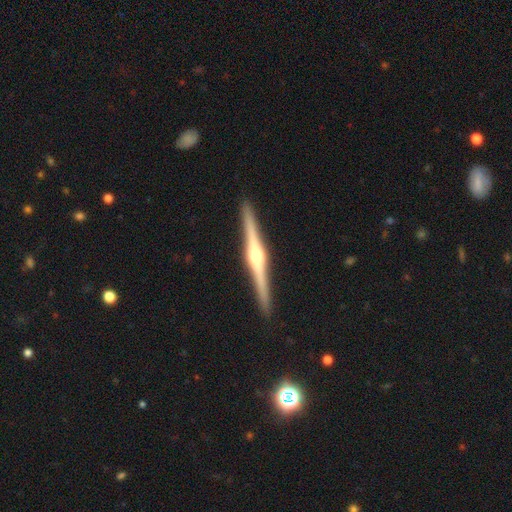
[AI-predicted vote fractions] Q: Smooth or featured?
A: featured or disk (85%); runner-up: smooth (10%)
Q: Edge-on disk?
A: yes (99%); runner-up: no (1%)
Q: Edge-on bulge?
A: rounded (91%); runner-up: boxy (6%)
Q: Merging?
A: none (93%); runner-up: minor disturbance (5%)